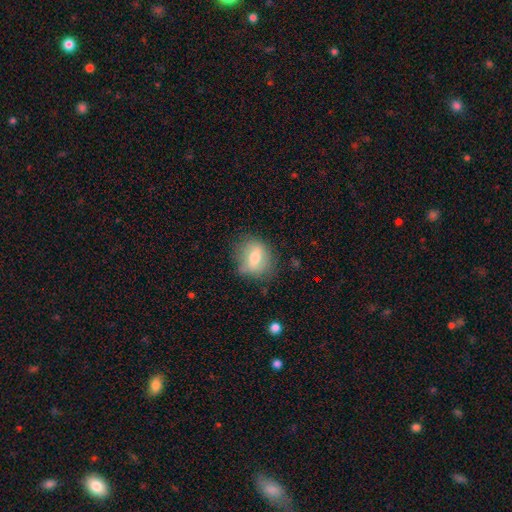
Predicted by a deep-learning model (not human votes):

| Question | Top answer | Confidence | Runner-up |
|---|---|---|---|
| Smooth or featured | smooth | 59% | featured or disk (31%) |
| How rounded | in between | 50% | round (46%) |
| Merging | none | 71% | minor disturbance (20%) |